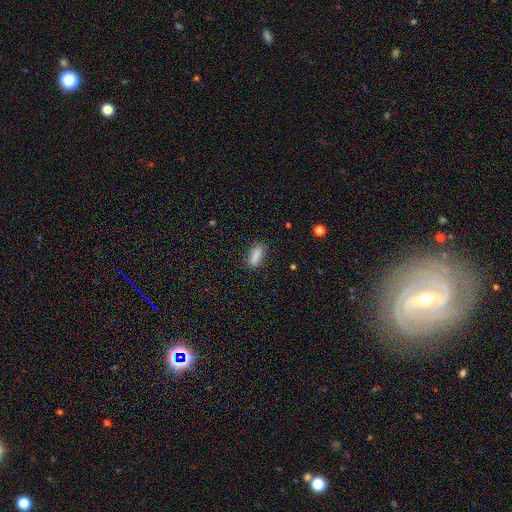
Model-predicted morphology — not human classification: smooth 87%, star or artifact 8%, featured or disk 5%. Down the decision tree: how rounded — in between (69%); merging — none (86%).